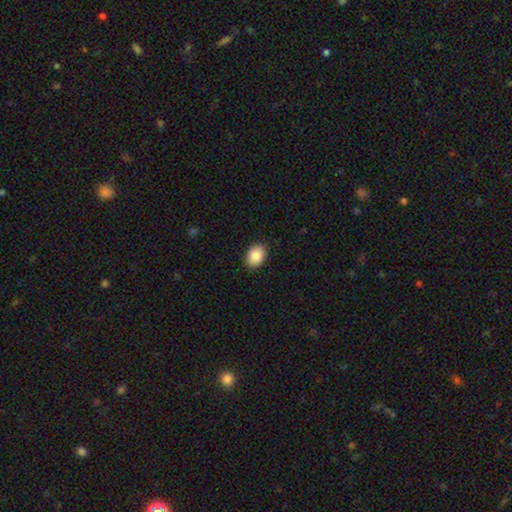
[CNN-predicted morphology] Smooth or featured: smooth — 87% (star or artifact — 7%)
How rounded: in between — 78% (round — 21%)
Merging: none — 89% (minor disturbance — 8%)